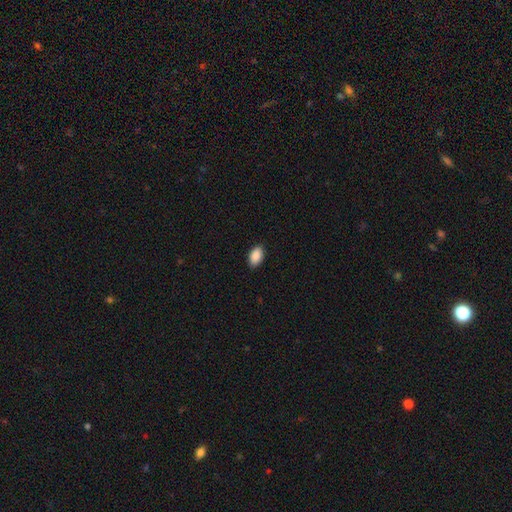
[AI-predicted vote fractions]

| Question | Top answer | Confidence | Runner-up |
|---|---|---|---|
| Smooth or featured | smooth | 90% | star or artifact (7%) |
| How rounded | in between | 94% | round (5%) |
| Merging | none | 88% | minor disturbance (9%) |